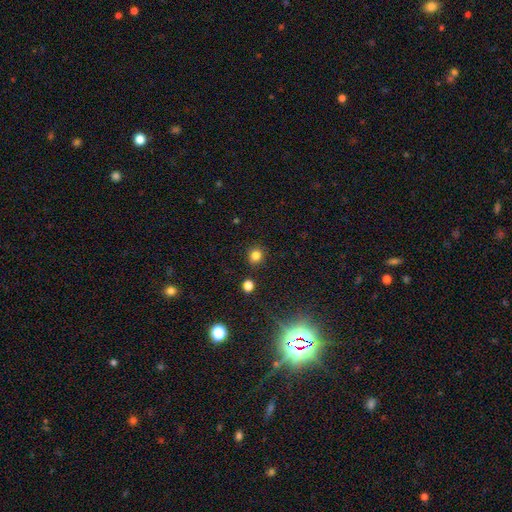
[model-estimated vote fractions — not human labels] Q: Smooth or featured?
A: smooth (81%); runner-up: star or artifact (14%)
Q: How rounded?
A: round (84%); runner-up: in between (15%)
Q: Merging?
A: none (89%); runner-up: minor disturbance (7%)